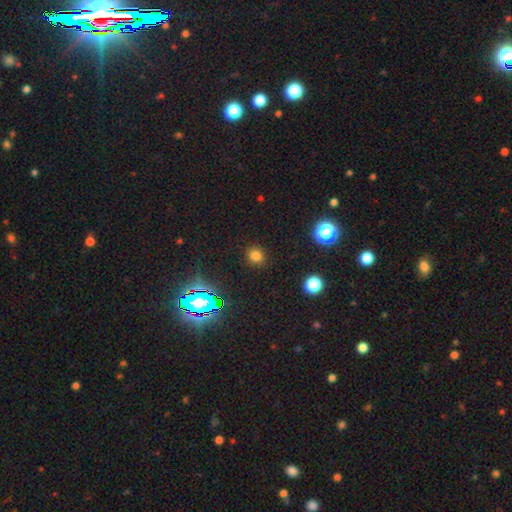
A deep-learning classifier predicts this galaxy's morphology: A smooth galaxy with no disk features (75%) that is round (85%).

Vote fractions:
- Smooth or featured? smooth: 75% / star or artifact: 20% / featured or disk: 5%
- How rounded? round: 85% / in between: 14% / cigar-shaped: 1%
- Merging? none: 89% / minor disturbance: 7% / major disturbance: 3% / merger: 1%